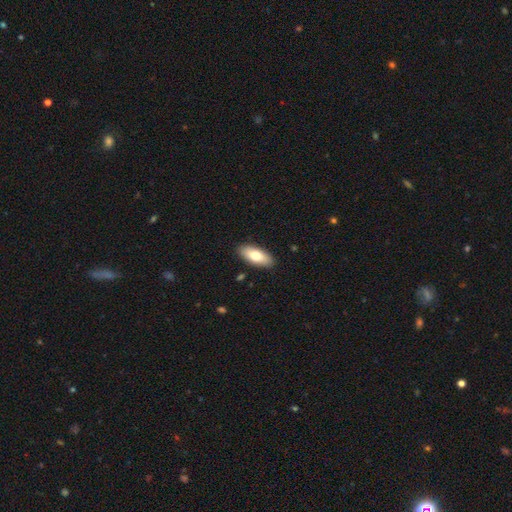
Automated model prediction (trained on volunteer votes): Smooth or featured?
  - smooth: 73% *
  - featured or disk: 21%
  - star or artifact: 6%
How rounded?
  - in between: 84% *
  - cigar-shaped: 13%
  - round: 2%
Merging?
  - none: 89% *
  - minor disturbance: 8%
  - major disturbance: 2%
  - merger: 1%